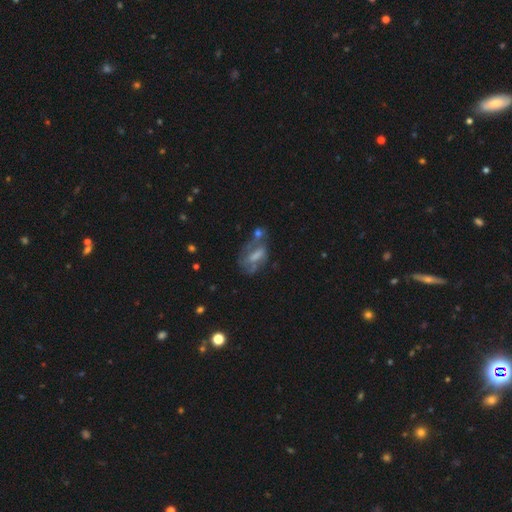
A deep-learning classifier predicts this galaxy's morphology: This appears to be a featured or disk galaxy (50%). Merging: none (31%).